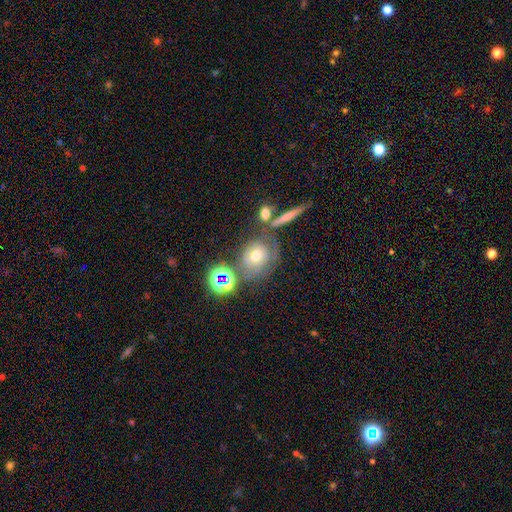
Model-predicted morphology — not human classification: Smooth or featured: smooth — 53% (featured or disk — 27%)
How rounded: round — 67% (in between — 31%)
Merging: none — 53% (merger — 18%)